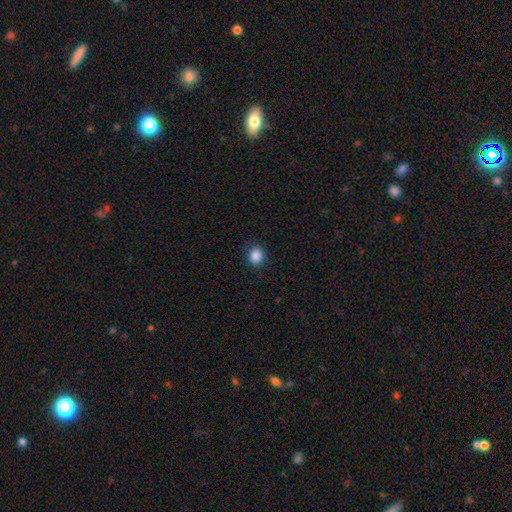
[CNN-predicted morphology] This is clearly a smooth galaxy (86%). How rounded: likely round (77%). Merging: clearly none (88%).